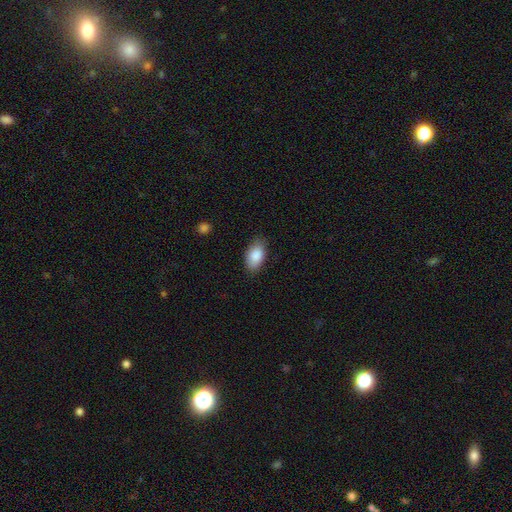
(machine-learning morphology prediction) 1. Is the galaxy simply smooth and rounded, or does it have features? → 88% smooth, 7% star or artifact, 6% featured or disk.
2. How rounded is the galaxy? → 93% in between, 5% round, 2% cigar-shaped.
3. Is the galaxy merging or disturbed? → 81% none, 15% minor disturbance, 3% major disturbance, 1% merger.